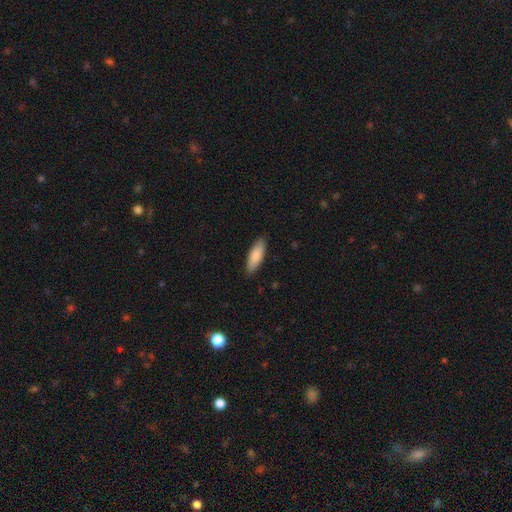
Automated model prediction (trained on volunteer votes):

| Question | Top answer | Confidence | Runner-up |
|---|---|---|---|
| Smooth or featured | smooth | 86% | featured or disk (9%) |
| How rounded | in between | 61% | cigar-shaped (37%) |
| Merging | none | 88% | minor disturbance (9%) |